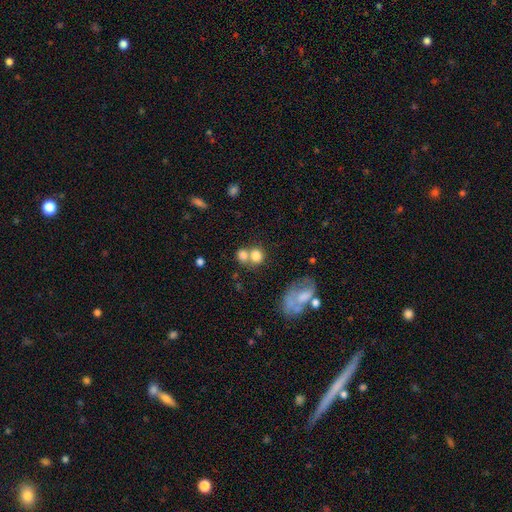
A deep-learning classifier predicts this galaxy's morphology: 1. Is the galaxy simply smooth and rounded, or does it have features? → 76% smooth, 12% featured or disk, 12% star or artifact.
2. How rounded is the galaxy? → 76% round, 23% in between, 1% cigar-shaped.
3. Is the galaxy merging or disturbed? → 45% merger, 41% none, 9% minor disturbance, 5% major disturbance.